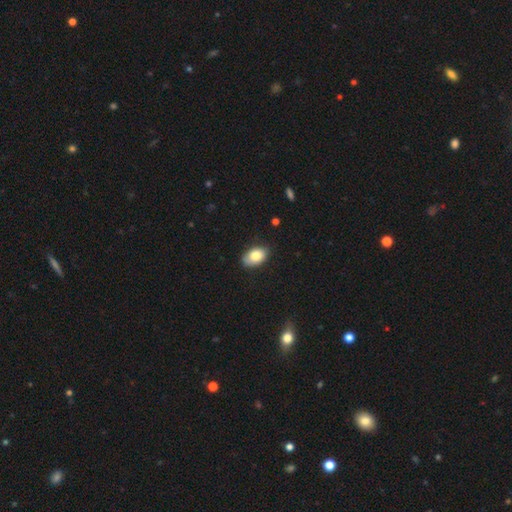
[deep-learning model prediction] Morphology: type=smooth (81%); roundness=in between (89%); merging=none (76%).